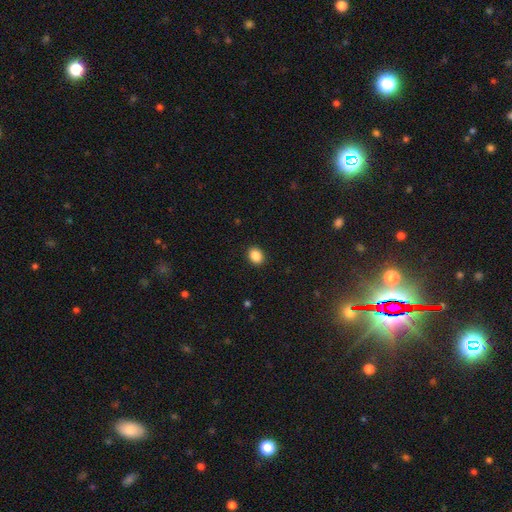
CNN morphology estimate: This is clearly a smooth galaxy (88%). How rounded: possibly in between (51%). Merging: clearly none (91%).